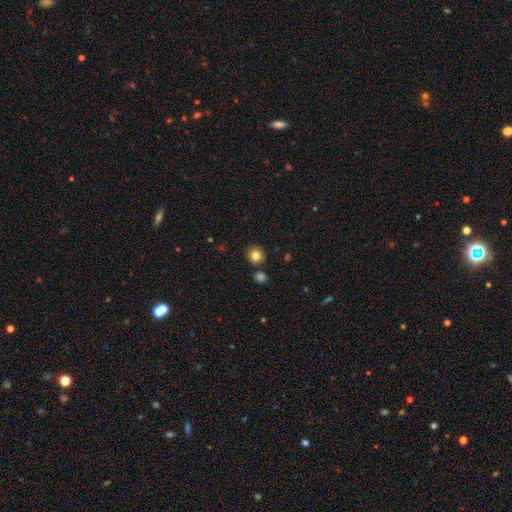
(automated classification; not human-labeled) The model was most divided on "smooth or featured": smooth: 82%, star or artifact: 11%, featured or disk: 7%. More confident: how rounded — round (86%); merging — none (85%).